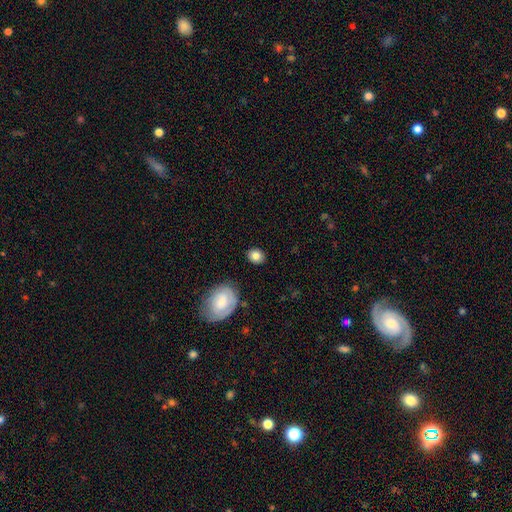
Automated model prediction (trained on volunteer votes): This is clearly a smooth galaxy (82%). How rounded: possibly round (57%). Merging: clearly none (86%).